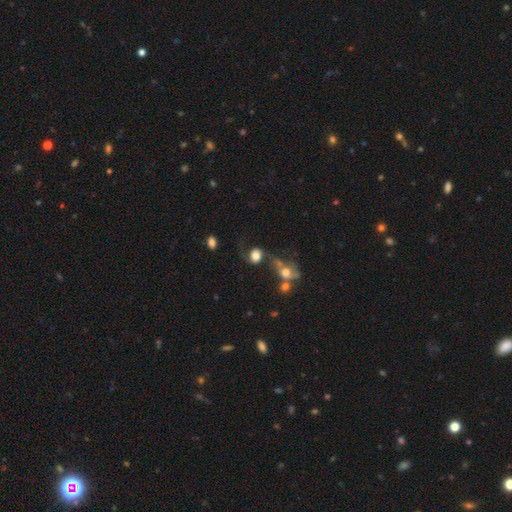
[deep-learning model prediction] smooth_or_featured: smooth (p=0.55) [alt: featured or disk p=0.34]
how_rounded: round (p=0.58) [alt: in between p=0.40]
merging: none (p=0.38) [alt: major disturbance p=0.23]